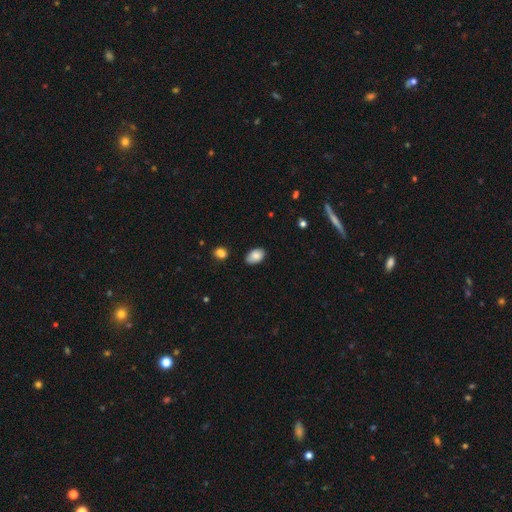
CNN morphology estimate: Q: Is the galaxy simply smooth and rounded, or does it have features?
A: smooth — 86%.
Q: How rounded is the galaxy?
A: in between — 90%.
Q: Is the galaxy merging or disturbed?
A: none — 78%.